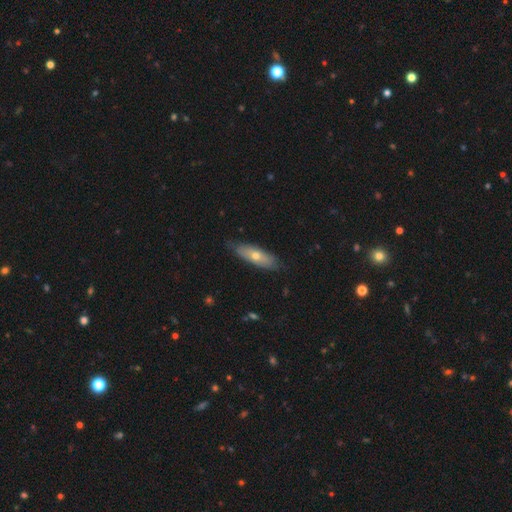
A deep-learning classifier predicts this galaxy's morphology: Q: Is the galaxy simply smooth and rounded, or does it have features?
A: smooth — 55%.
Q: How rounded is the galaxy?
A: in between — 53%.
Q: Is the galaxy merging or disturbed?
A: none — 81%.